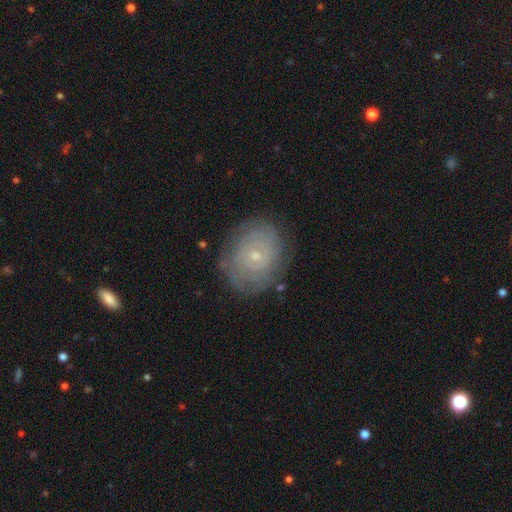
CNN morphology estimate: This appears to be a featured or disk galaxy (65%) with no bar (81%), spiral arms (79%) and a small central bulge (79%). Merging: none (79%).